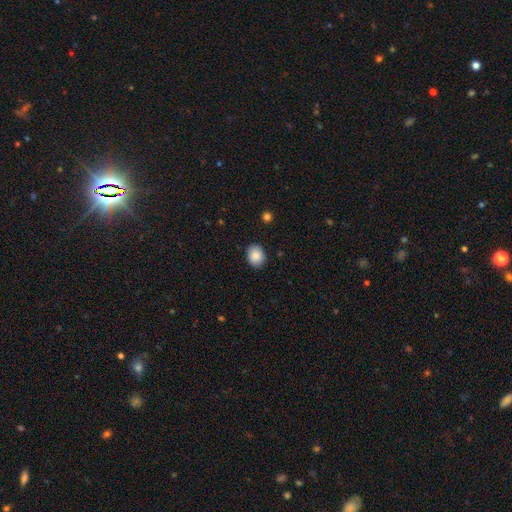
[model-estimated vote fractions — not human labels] A smooth galaxy with no disk features (88%) that is round (53%).

Vote fractions:
- Smooth or featured? smooth: 88% / star or artifact: 8% / featured or disk: 4%
- How rounded? round: 53% / in between: 46% / cigar-shaped: 1%
- Merging? none: 88% / minor disturbance: 9% / major disturbance: 2% / merger: 1%